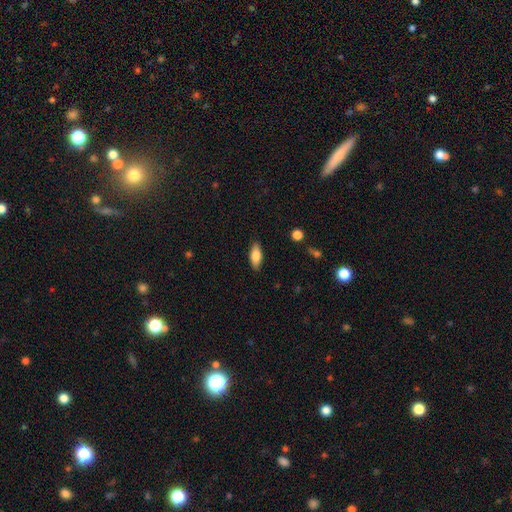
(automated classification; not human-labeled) The model was most divided on "how rounded": in between: 79%, cigar-shaped: 19%, round: 3%. More confident: merging — none (87%); smooth or featured — smooth (80%).